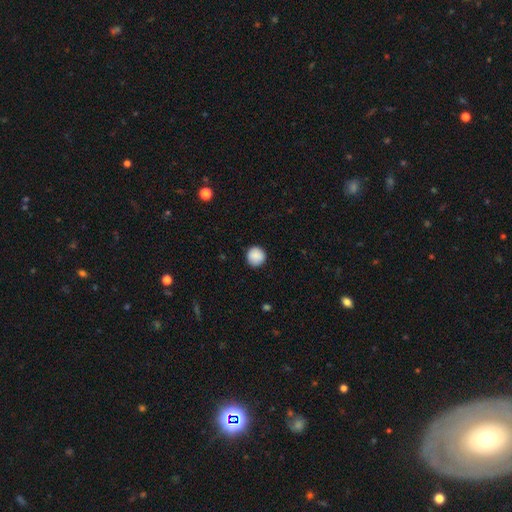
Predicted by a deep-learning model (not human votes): smooth 88%, star or artifact 8%, featured or disk 4%. Down the decision tree: how rounded — round (93%); merging — none (88%).